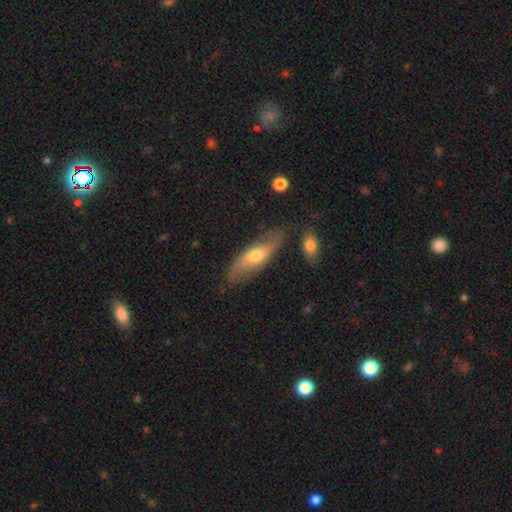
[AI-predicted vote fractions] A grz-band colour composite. It shows a featured or disk galaxy (54%). Merging: none (75%).